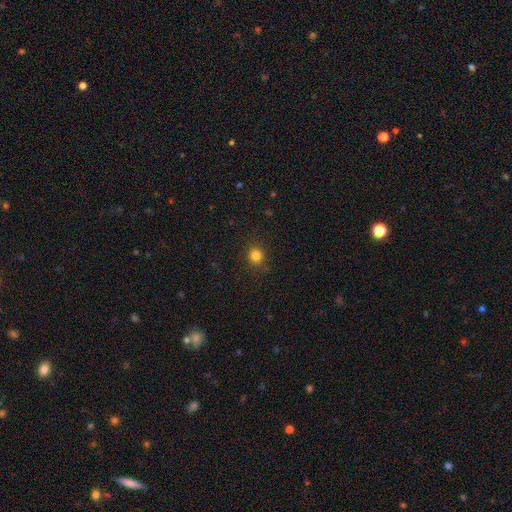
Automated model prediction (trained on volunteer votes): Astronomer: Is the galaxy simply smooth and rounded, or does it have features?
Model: smooth — 82%.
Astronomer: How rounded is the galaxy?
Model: round — 91%.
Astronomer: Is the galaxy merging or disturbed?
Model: none — 90%.